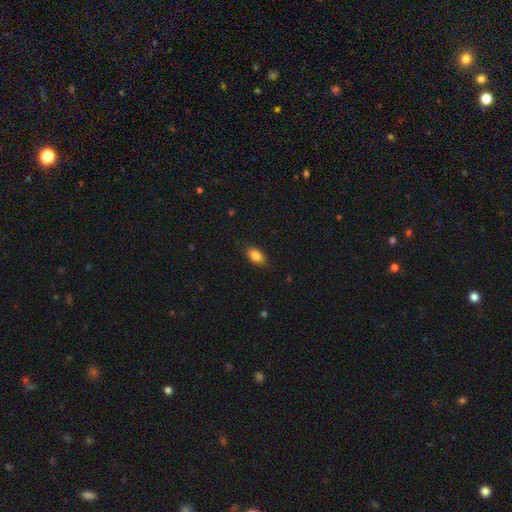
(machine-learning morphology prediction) Q: Smooth or featured?
A: smooth (85%); runner-up: star or artifact (8%)
Q: How rounded?
A: in between (90%); runner-up: round (7%)
Q: Merging?
A: none (86%); runner-up: minor disturbance (11%)